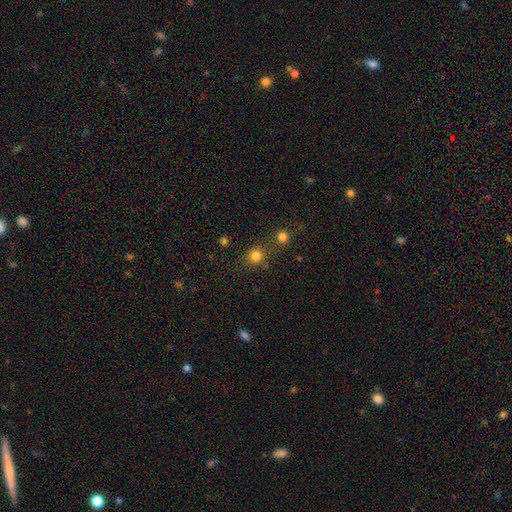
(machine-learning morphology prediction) This is likely a smooth galaxy (79%). How rounded: clearly round (85%). Merging: likely none (64%).